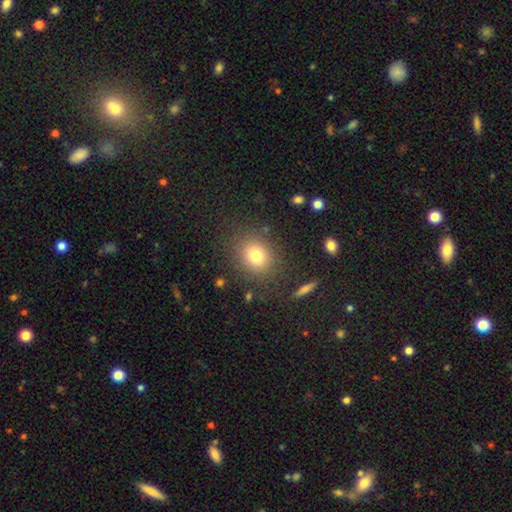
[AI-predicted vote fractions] smooth_or_featured: smooth (p=0.76) [alt: star or artifact p=0.13]
how_rounded: round (p=0.70) [alt: in between p=0.29]
merging: none (p=0.84) [alt: minor disturbance p=0.09]